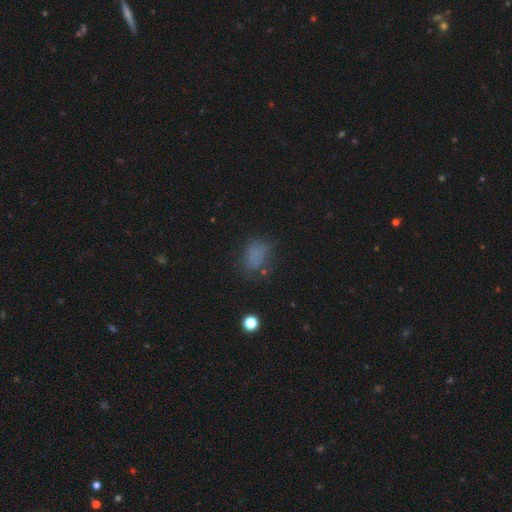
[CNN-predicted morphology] smooth_or_featured: smooth (p=0.69) [alt: star or artifact p=0.19]
how_rounded: in between (p=0.70) [alt: round p=0.28]
merging: none (p=0.61) [alt: minor disturbance p=0.22]